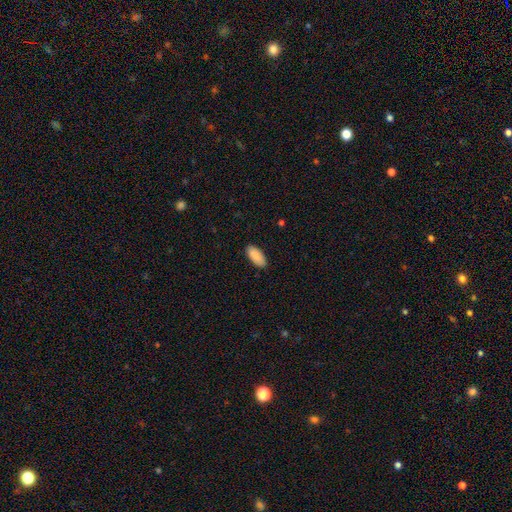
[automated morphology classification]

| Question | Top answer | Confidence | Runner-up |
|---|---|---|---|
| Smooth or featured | smooth | 90% | star or artifact (6%) |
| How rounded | in between | 91% | cigar-shaped (8%) |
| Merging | none | 89% | minor disturbance (9%) |